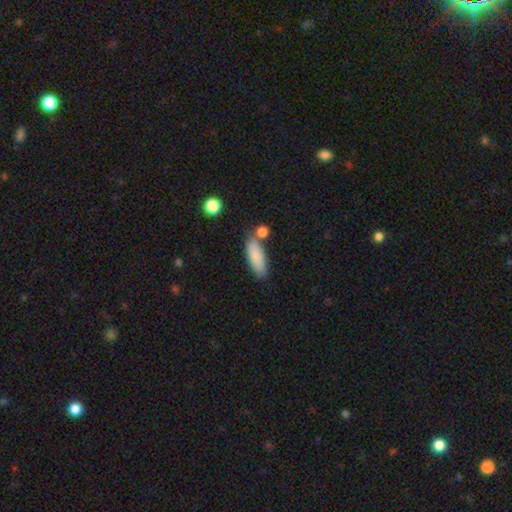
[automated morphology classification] type=smooth (86%); roundness=in between (65%); merging=none (69%).